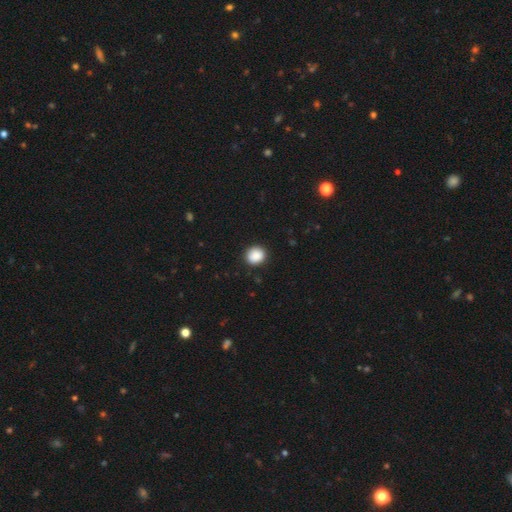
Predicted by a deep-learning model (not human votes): smooth-or-featured: smooth: 89% | star or artifact: 9% | featured or disk: 3%
  how-rounded: round: 81% | in between: 18% | cigar-shaped: 1%
  merging: none: 90% | minor disturbance: 7% | major disturbance: 2% | merger: 1%